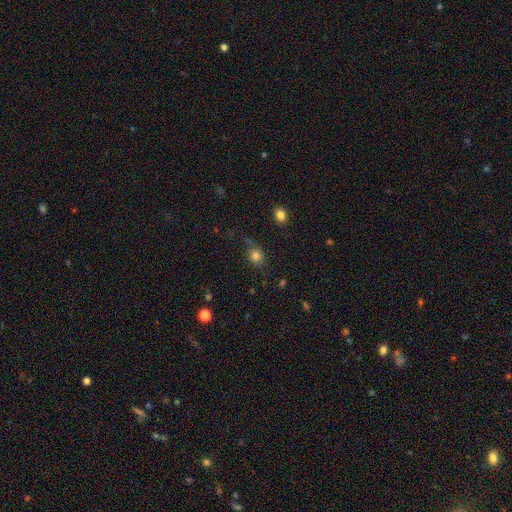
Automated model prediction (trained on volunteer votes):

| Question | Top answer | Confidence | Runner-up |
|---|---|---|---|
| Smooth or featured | smooth | 78% | star or artifact (13%) |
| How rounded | round | 73% | in between (26%) |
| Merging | none | 67% | minor disturbance (20%) |